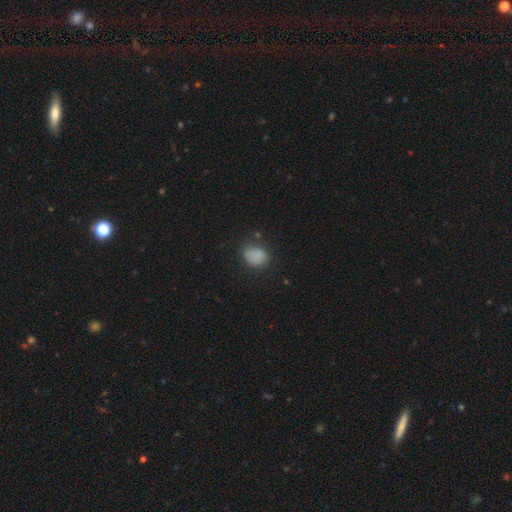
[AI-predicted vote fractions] A smooth galaxy with no disk features (83%) that is in between round and cigar-shaped (52%).

Vote fractions:
- Smooth or featured? smooth: 83% / star or artifact: 11% / featured or disk: 7%
- How rounded? in between: 52% / round: 47% / cigar-shaped: 1%
- Merging? none: 66% / minor disturbance: 23% / major disturbance: 8% / merger: 3%